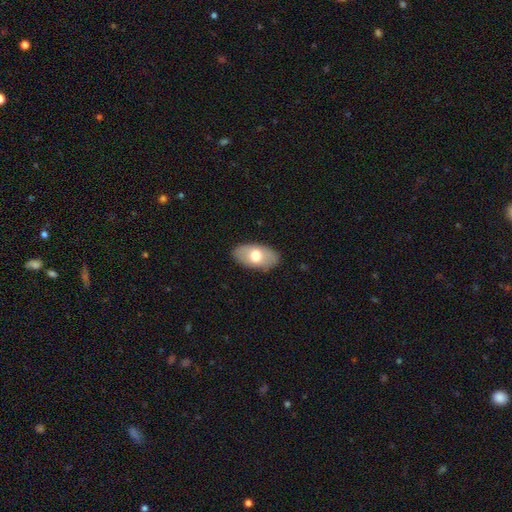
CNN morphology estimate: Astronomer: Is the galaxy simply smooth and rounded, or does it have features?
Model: smooth — 66%.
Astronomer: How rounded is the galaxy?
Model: in between — 94%.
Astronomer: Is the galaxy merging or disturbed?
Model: none — 87%.